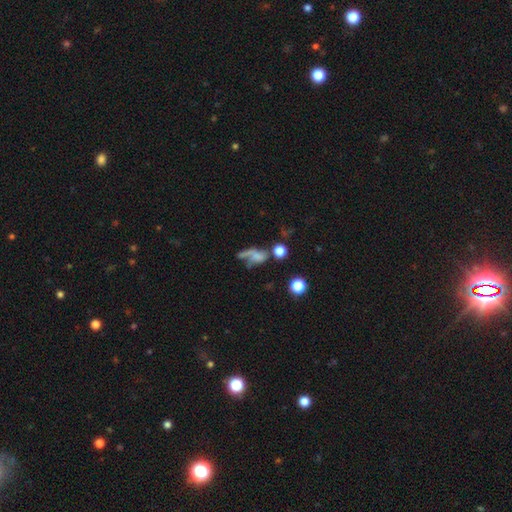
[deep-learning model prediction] Morphology: type=smooth (45%); merging=major disturbance (34%).